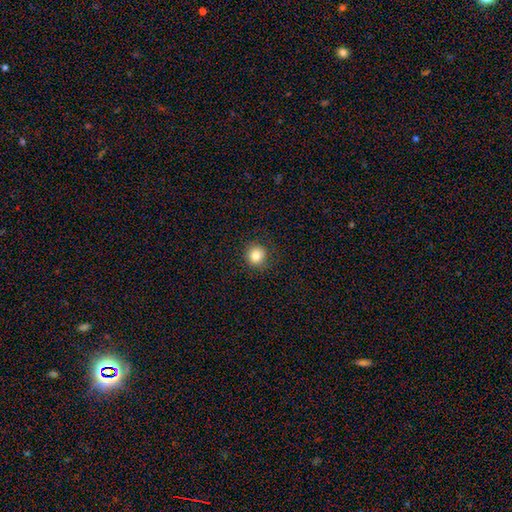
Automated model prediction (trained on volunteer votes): A smooth galaxy with no disk features (83%) that is round (92%).

Vote fractions:
- Smooth or featured? smooth: 83% / star or artifact: 11% / featured or disk: 6%
- How rounded? round: 92% / in between: 7% / cigar-shaped: 1%
- Merging? none: 89% / minor disturbance: 7% / major disturbance: 3% / merger: 1%